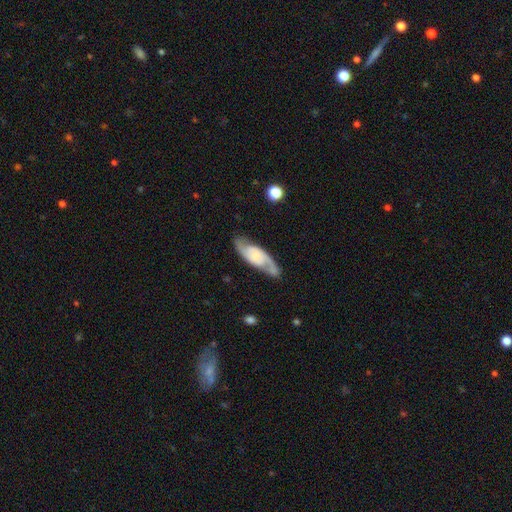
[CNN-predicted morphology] smooth-or-featured: featured or disk: 79% | smooth: 16% | star or artifact: 5%
  disk-edge-on: no: 90% | yes: 10%
    bar: no: 54% | weak: 35% | strong: 11%
    has-spiral-arms: yes: 96% | no: 4%
      spiral-winding: medium: 50% | tight: 25% | loose: 25%
      spiral-arm-count: 2: 90% | can't tell: 5% | 1: 2% | 3: 1% | 4: 1% | more than 4: 1%
    bulge-size: small: 39% | none: 31% | moderate: 20% | large: 8% | dominant: 2%
  merging: none: 77% | minor disturbance: 16% | major disturbance: 6% | merger: 2%